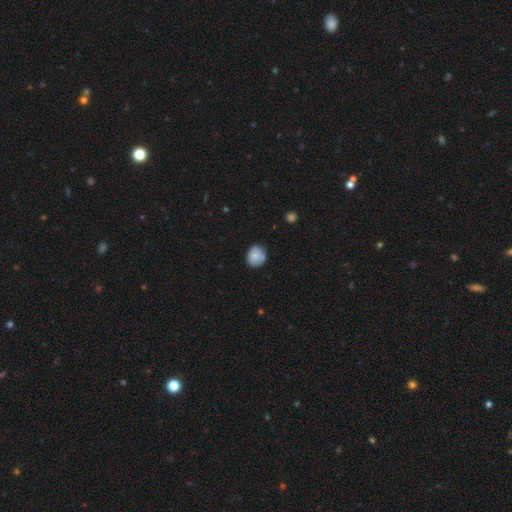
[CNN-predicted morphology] Overall: smooth (73%). How rounded: round (74%). Merging: none (67%).